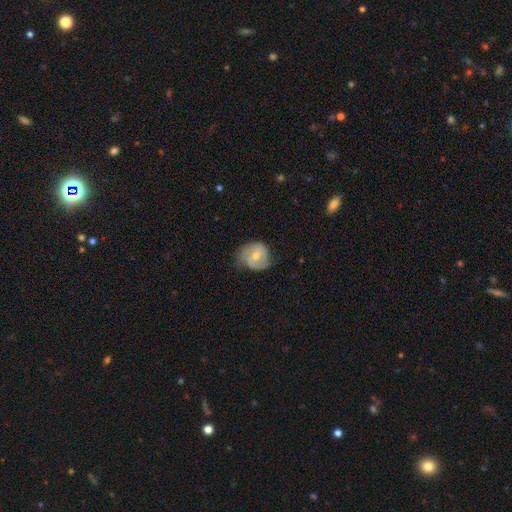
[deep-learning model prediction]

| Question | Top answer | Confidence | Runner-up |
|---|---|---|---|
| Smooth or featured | featured or disk | 56% | smooth (38%) |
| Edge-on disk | no | 97% | yes (3%) |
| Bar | no | 51% | weak (40%) |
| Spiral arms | yes | 78% | no (22%) |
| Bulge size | moderate | 59% | small (36%) |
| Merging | none | 49% | minor disturbance (34%) |